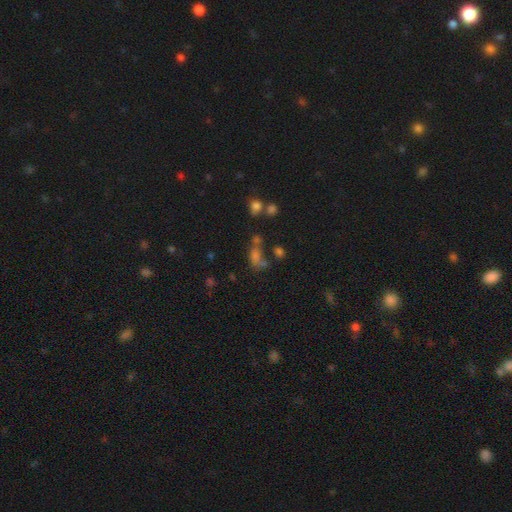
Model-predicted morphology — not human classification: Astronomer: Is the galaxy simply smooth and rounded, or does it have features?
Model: smooth — 50% (runner-up: star or artifact, 33%).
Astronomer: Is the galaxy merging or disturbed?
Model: none — 39% (runner-up: merger, 31%).